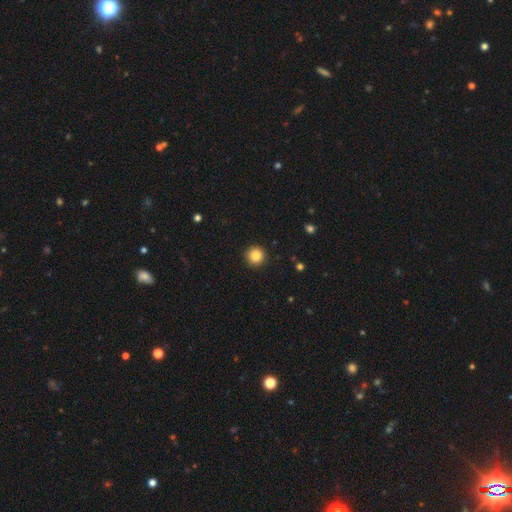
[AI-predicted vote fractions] This is clearly a smooth galaxy (87%). How rounded: clearly round (96%). Merging: clearly none (92%).